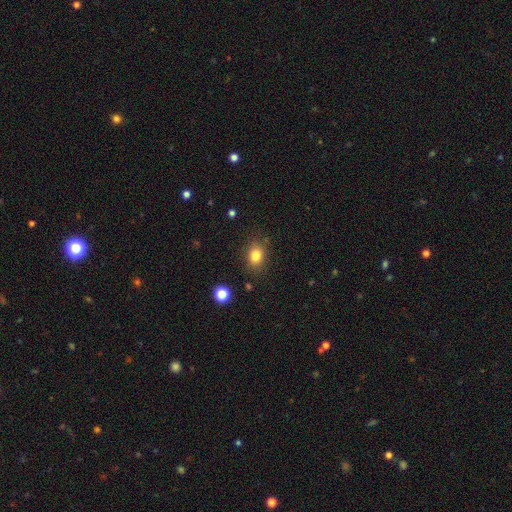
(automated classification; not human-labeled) smooth-or-featured: smooth: 82% | star or artifact: 11% | featured or disk: 7%
  how-rounded: in between: 61% | round: 38% | cigar-shaped: 1%
  merging: none: 82% | minor disturbance: 12% | major disturbance: 4% | merger: 2%